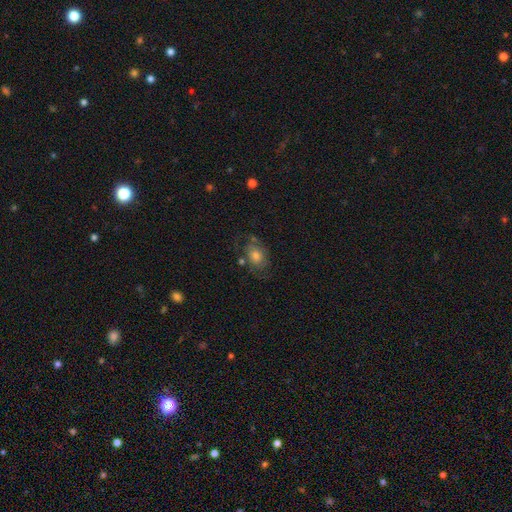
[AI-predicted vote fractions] Smooth or featured? Predicted: featured or disk (p=0.47). Merging? Predicted: none (p=0.56).